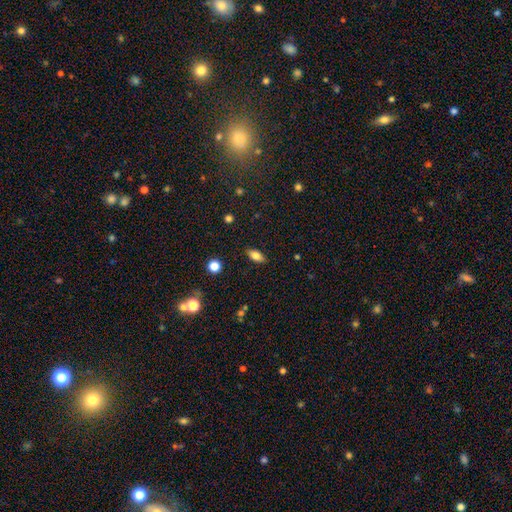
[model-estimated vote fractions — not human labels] Morphology: type=smooth (78%); roundness=in between (86%); merging=none (87%).